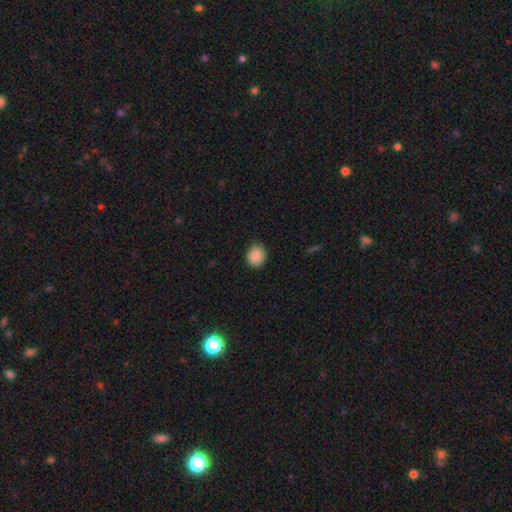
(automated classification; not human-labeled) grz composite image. It shows a smooth galaxy with no disk features (89%) that is round (63%). Merging: none (86%).